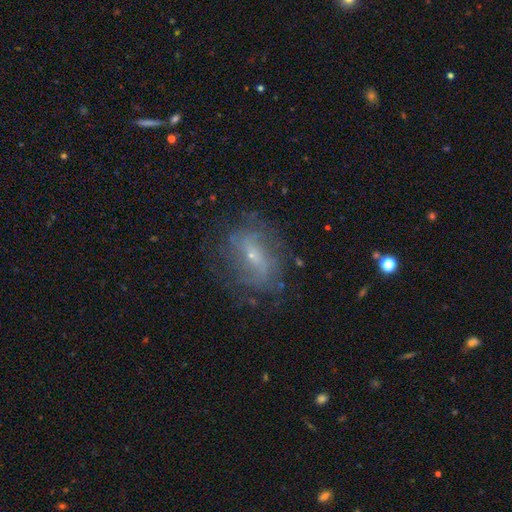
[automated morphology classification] This is likely a featured or disk galaxy (64%). It is clearly not viewed edge-on (90%). Bar: marginally weak (44%). Spiral arm pattern: likely yes (71%). Central bulge: likely small (70%). Merging: likely none (71%).